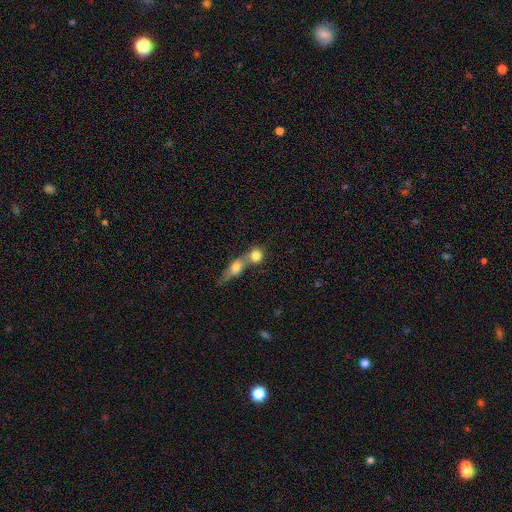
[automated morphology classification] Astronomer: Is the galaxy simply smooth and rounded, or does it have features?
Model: smooth — 78%.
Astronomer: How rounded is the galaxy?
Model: round — 68%.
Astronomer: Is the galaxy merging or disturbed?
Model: merger — 65%.